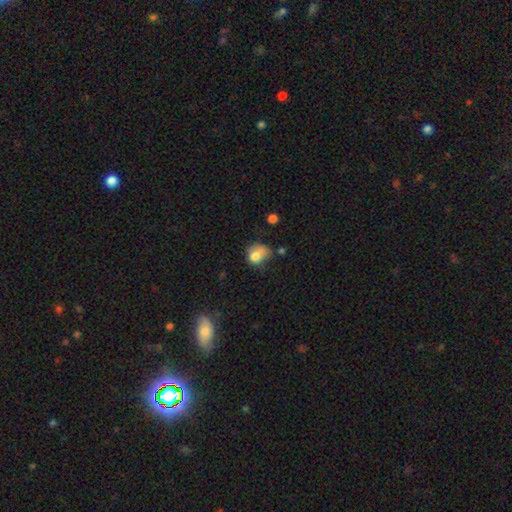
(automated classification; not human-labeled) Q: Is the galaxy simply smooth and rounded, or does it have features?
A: smooth — 75%.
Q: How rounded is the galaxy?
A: round — 58%.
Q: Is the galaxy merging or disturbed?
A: minor disturbance — 32%, tied with none.